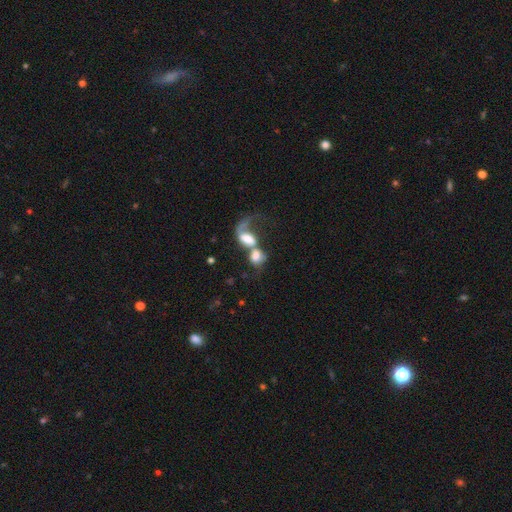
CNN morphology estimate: Smooth or featured? smooth (52%)
How rounded? in between (63%)
Merging? merger (76%)